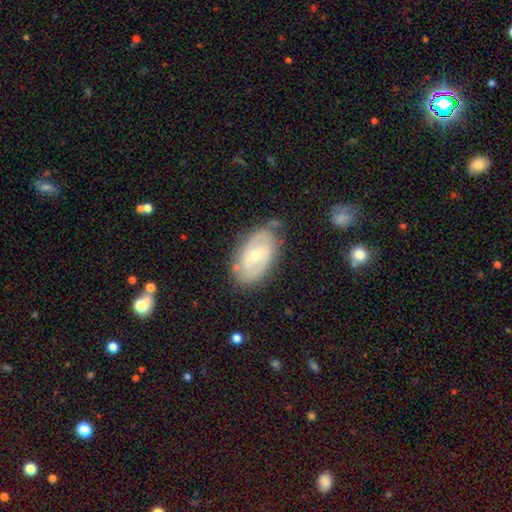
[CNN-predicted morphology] Q: Smooth or featured?
A: featured or disk (65%); runner-up: smooth (29%)
Q: Edge-on disk?
A: no (94%); runner-up: yes (6%)
Q: Bar?
A: weak (47%); runner-up: no (36%)
Q: Spiral arms?
A: yes (72%); runner-up: no (28%)
Q: Bulge size?
A: small (48%); runner-up: moderate (47%)
Q: Merging?
A: none (71%); runner-up: minor disturbance (20%)